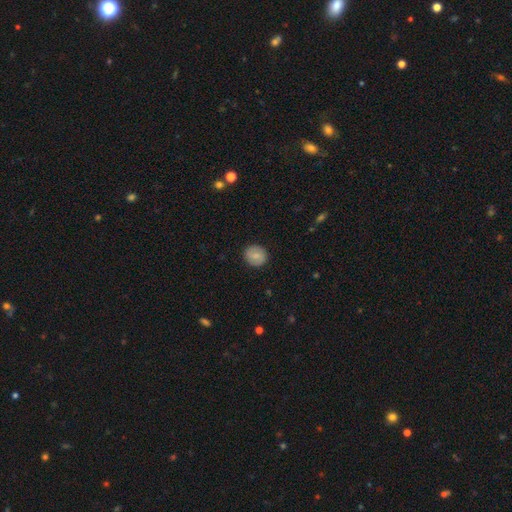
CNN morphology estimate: Q: Smooth or featured?
A: smooth (73%); runner-up: featured or disk (19%)
Q: How rounded?
A: round (85%); runner-up: in between (14%)
Q: Merging?
A: none (89%); runner-up: minor disturbance (8%)